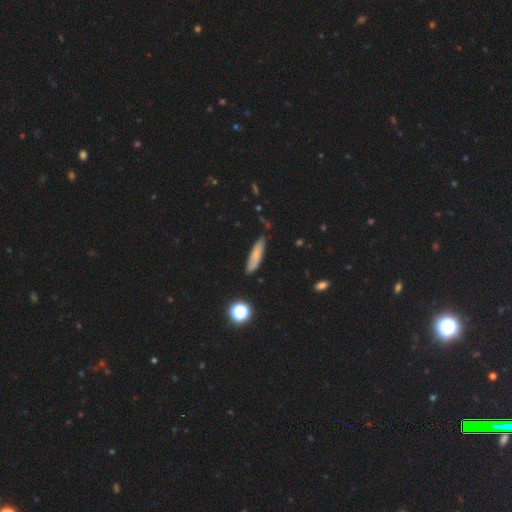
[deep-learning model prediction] This appears to be a smooth galaxy with no disk features (73%) that is cigar-shaped (78%). Merging: none (80%).